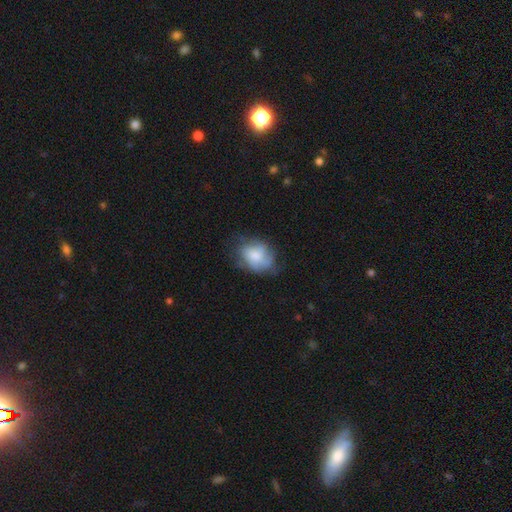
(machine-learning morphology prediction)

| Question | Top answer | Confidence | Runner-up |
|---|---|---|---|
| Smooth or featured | smooth | 58% | featured or disk (34%) |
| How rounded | in between | 66% | round (33%) |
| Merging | none | 51% | minor disturbance (30%) |